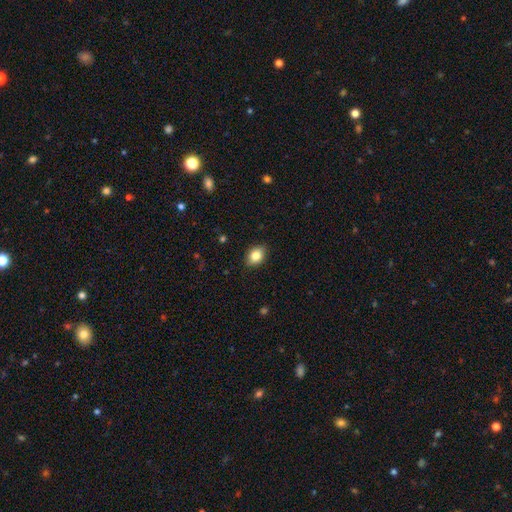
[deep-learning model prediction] Morphology: type=smooth (85%); roundness=in between (73%); merging=none (87%).